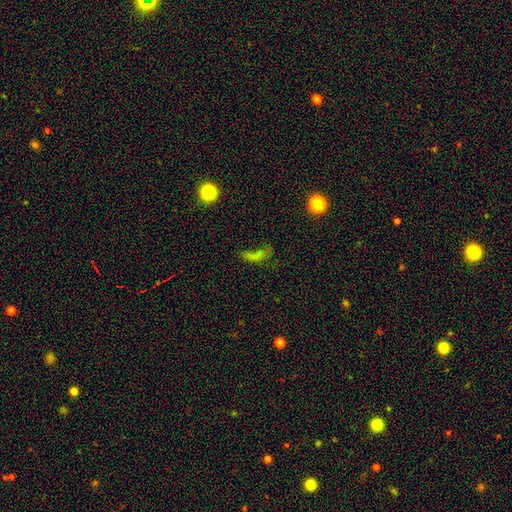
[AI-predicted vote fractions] smooth_or_featured: smooth (p=0.52) [alt: star or artifact p=0.26]
how_rounded: in between (p=0.64) [alt: cigar-shaped p=0.27]
merging: major disturbance (p=0.38) [alt: none p=0.32]